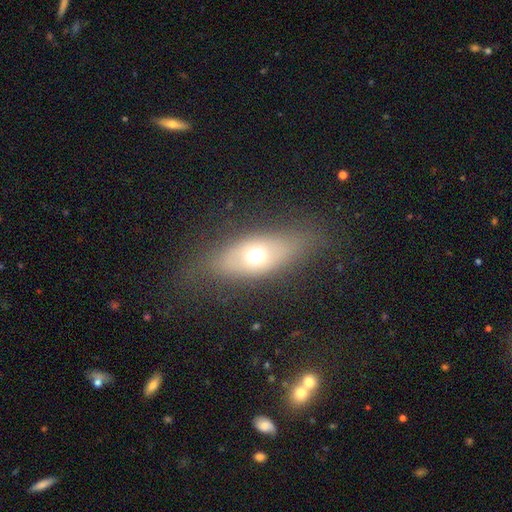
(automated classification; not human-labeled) Smooth or featured? smooth (60%)
How rounded? in between (71%)
Merging? none (74%)